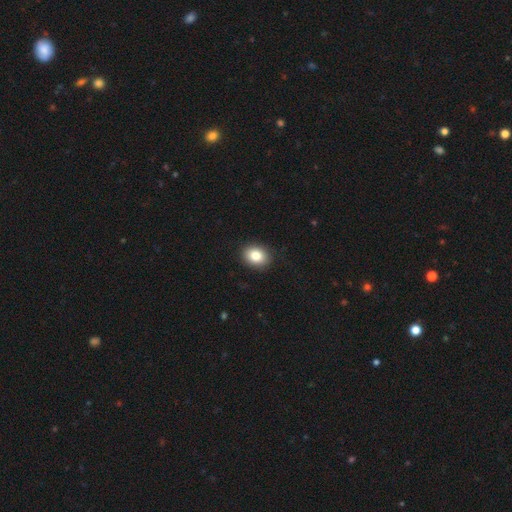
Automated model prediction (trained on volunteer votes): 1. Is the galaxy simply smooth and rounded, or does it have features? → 85% smooth, 9% star or artifact, 6% featured or disk.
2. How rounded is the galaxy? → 54% in between, 45% round, 1% cigar-shaped.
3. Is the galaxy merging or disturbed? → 90% none, 7% minor disturbance, 2% major disturbance, 1% merger.